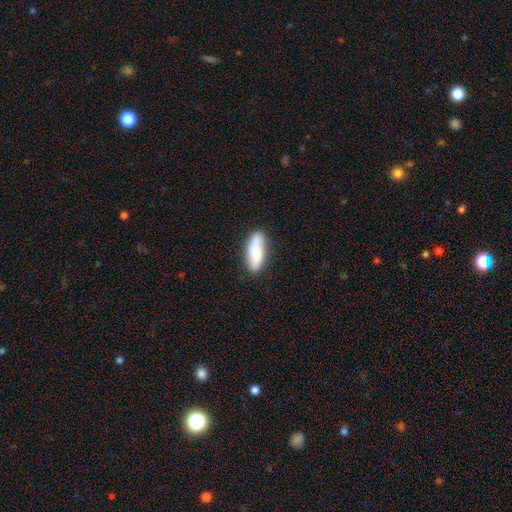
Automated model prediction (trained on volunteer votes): Overall: smooth (70%). How rounded: in between (64%; cigar-shaped 34%). Merging: none (75%).